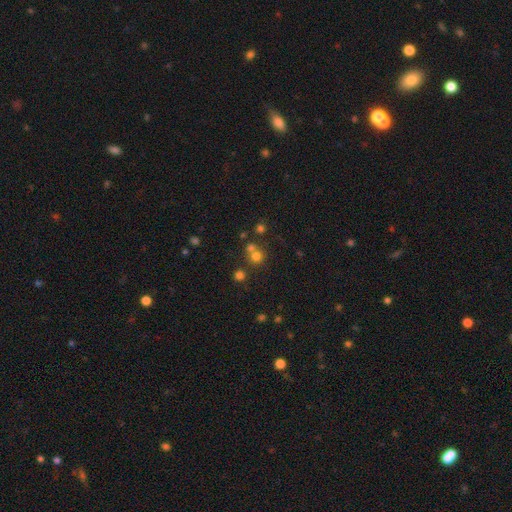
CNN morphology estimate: Smooth or featured?
  - smooth: 68% *
  - star or artifact: 21%
  - featured or disk: 11%
How rounded?
  - round: 90% *
  - in between: 9%
  - cigar-shaped: 1%
Merging?
  - none: 59% *
  - merger: 31%
  - minor disturbance: 7%
  - major disturbance: 3%